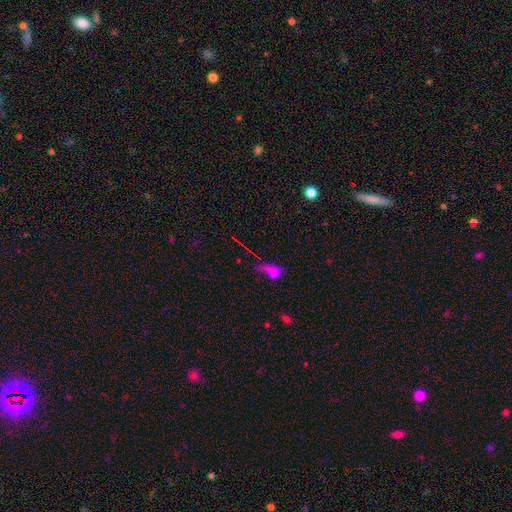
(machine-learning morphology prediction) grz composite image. It shows a smooth galaxy with no disk features (53%) that is in between round and cigar-shaped (42%). Merging: none (36%).